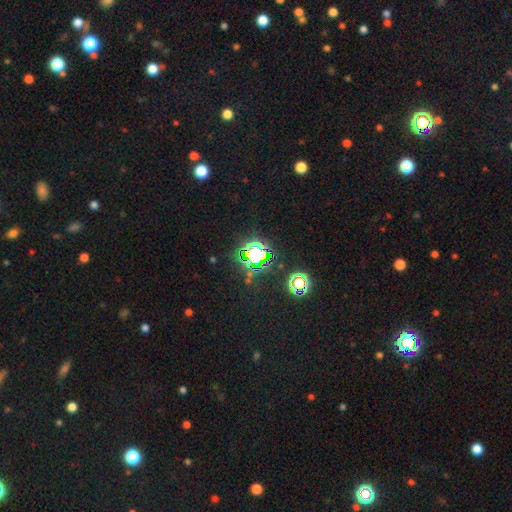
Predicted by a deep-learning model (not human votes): Overall: star or artifact (76%).